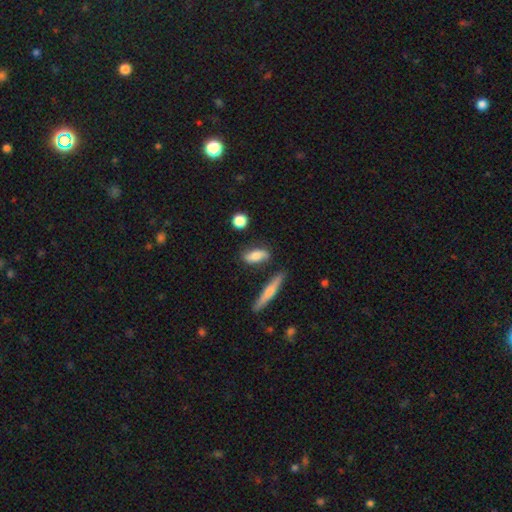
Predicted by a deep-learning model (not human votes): Smooth or featured? smooth (68%)
How rounded? in between (69%)
Merging? none (74%)